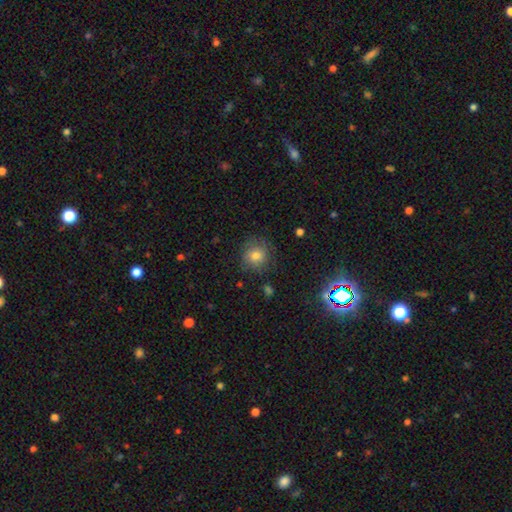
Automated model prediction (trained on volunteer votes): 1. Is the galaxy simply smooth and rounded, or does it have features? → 74% smooth, 14% featured or disk, 12% star or artifact.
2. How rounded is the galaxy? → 88% round, 11% in between, 1% cigar-shaped.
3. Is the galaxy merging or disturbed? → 78% none, 15% minor disturbance, 6% major disturbance, 2% merger.